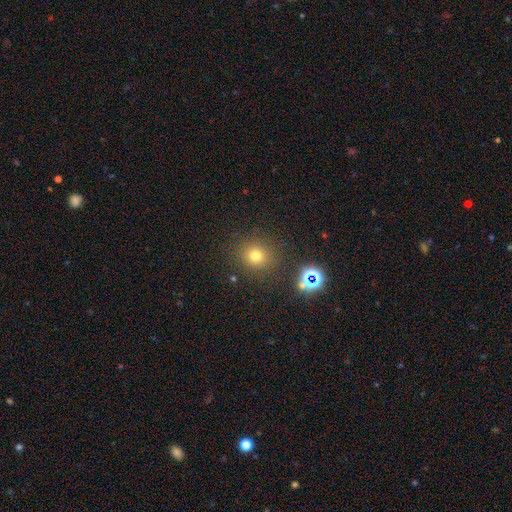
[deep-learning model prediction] This appears to be a smooth galaxy with no disk features (71%) that is round (87%). Merging: none (86%).